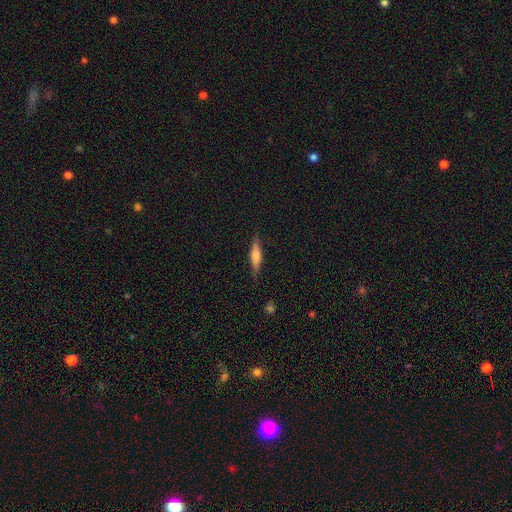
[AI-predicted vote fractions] Smooth or featured? smooth (51%)
How rounded? cigar-shaped (75%)
Merging? none (84%)